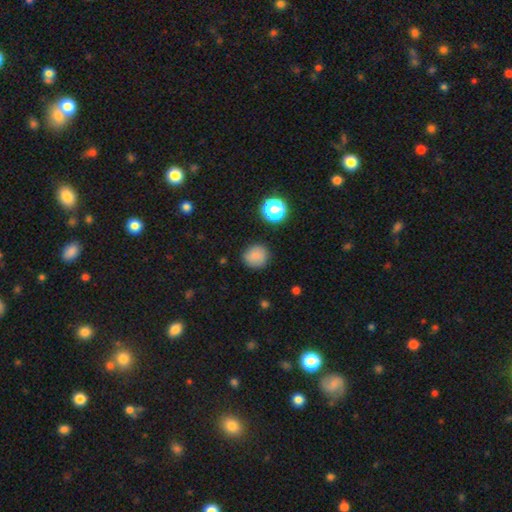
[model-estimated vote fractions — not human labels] Smooth or featured: smooth — 82% (star or artifact — 11%)
How rounded: round — 90% (in between — 9%)
Merging: none — 85% (minor disturbance — 11%)